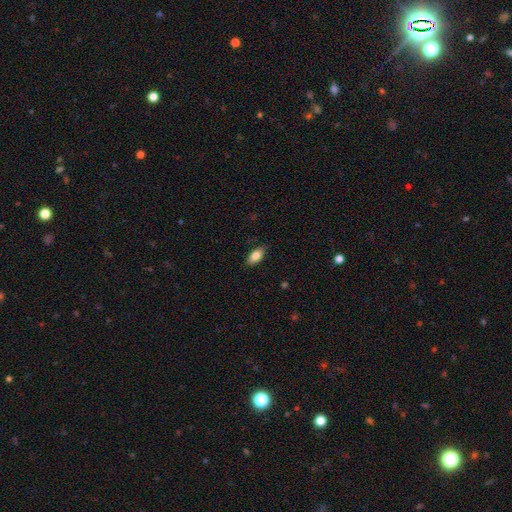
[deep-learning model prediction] smooth 84%, featured or disk 9%, star or artifact 7%. Down the decision tree: how rounded — in between (90%); merging — none (85%).